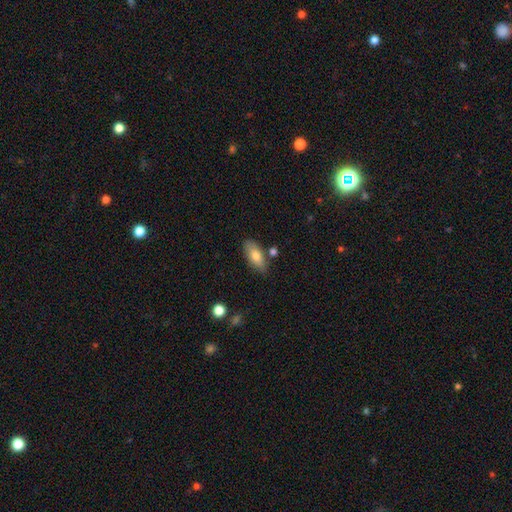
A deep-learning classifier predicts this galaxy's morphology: Smooth or featured: smooth — 78% (featured or disk — 15%)
How rounded: in between — 86% (cigar-shaped — 11%)
Merging: none — 77% (minor disturbance — 14%)